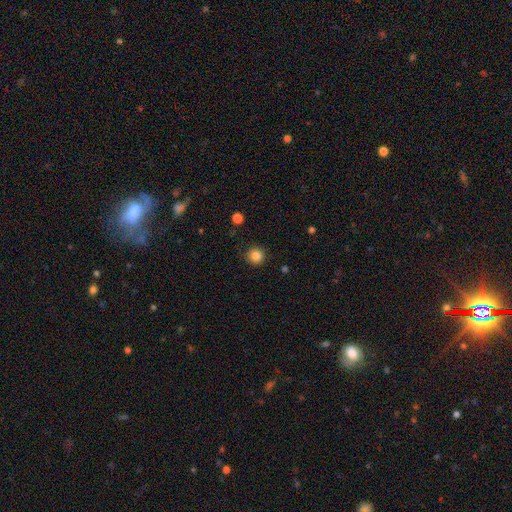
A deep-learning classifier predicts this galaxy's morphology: Q: Smooth or featured?
A: smooth (85%); runner-up: star or artifact (11%)
Q: How rounded?
A: round (95%); runner-up: in between (4%)
Q: Merging?
A: none (89%); runner-up: minor disturbance (7%)